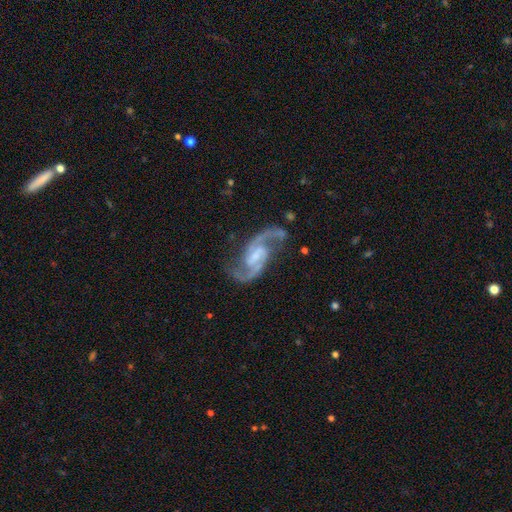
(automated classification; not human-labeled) A featured or disk galaxy (93%) with a weak bar (53%), 2 (94%) medium (57%) spiral arms (98%) and a small central bulge (47%).

Vote fractions:
- Smooth or featured? featured or disk: 93% / star or artifact: 4% / smooth: 3%
- Edge-on disk? no: 98% / yes: 2%
- Bar? weak: 53% / no: 24% / strong: 23%
- Spiral arms? yes: 98% / no: 2%
- Spiral winding? medium: 57% / loose: 32% / tight: 11%
- Spiral arm count? 2: 94% / can't tell: 1% / 3: 1% / 1: 1% / 4: 1% / more than 4: 1%
- Bulge size? small: 47% / moderate: 25% / none: 23% / large: 3% / dominant: 1%
- Merging? none: 77% / minor disturbance: 14% / major disturbance: 7% / merger: 2%